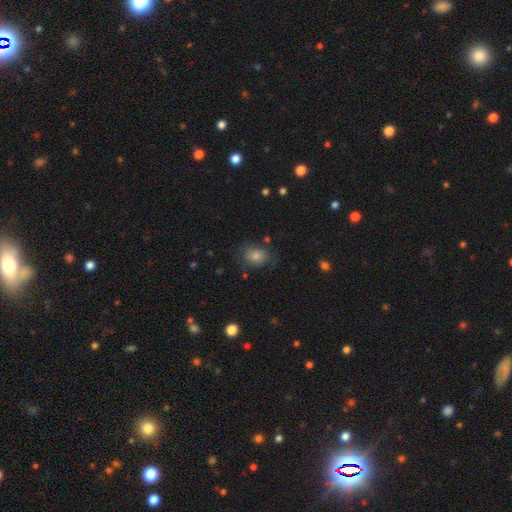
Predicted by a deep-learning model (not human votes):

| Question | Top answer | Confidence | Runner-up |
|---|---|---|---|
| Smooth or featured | smooth | 72% | star or artifact (16%) |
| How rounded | round | 50% | in between (49%) |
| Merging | none | 76% | minor disturbance (16%) |